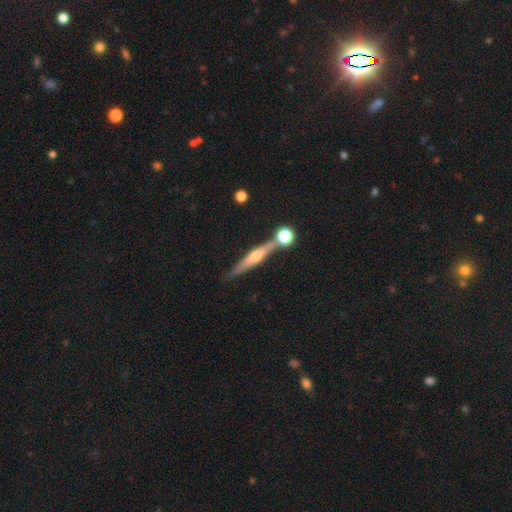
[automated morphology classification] A featured or disk galaxy (65%) viewed edge-on (96%) with a rounded central bulge (84%).

Vote fractions:
- Smooth or featured? featured or disk: 65% / smooth: 27% / star or artifact: 8%
- Edge-on disk? yes: 96% / no: 4%
- Edge-on bulge? rounded: 84% / none: 9% / boxy: 8%
- Merging? none: 76% / merger: 11% / minor disturbance: 10% / major disturbance: 3%